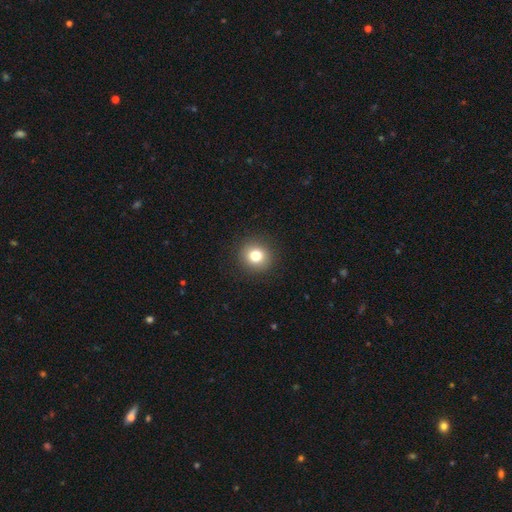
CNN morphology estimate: type=smooth (79%); roundness=round (91%); merging=none (92%).